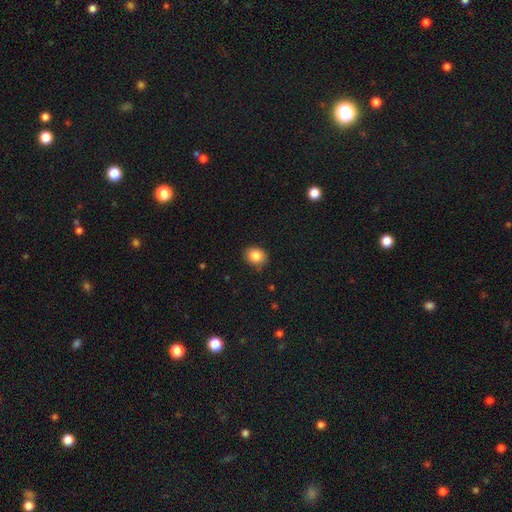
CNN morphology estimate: Smooth or featured? smooth (85%)
How rounded? round (50%)
Merging? none (85%)